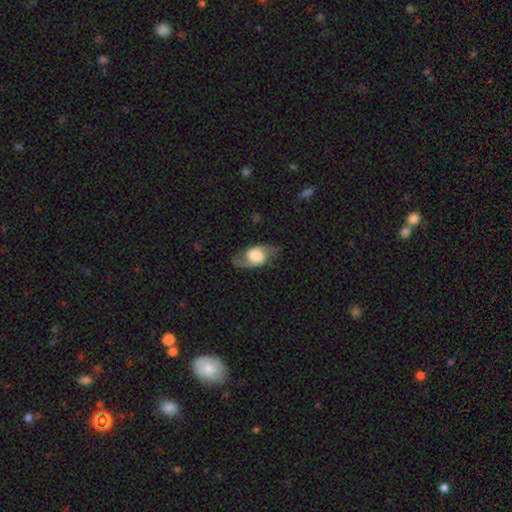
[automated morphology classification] type=featured or disk (58%); edge-on=no (88%); bar=no (60%); spiral arms=yes (78%); bulge=large (51%); merging=none (71%).